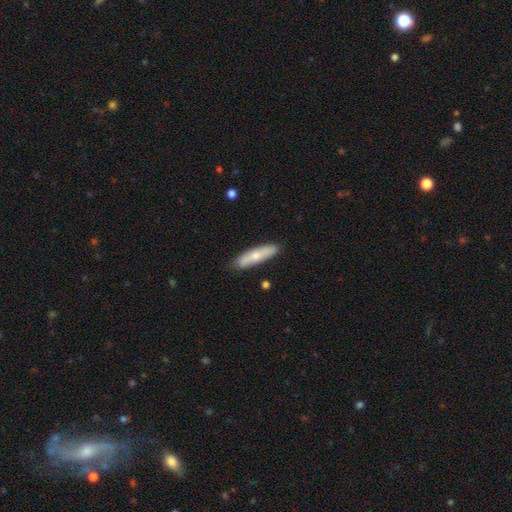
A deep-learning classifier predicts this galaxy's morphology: Smooth or featured: smooth — 60% (featured or disk — 35%)
How rounded: cigar-shaped — 71% (in between — 27%)
Merging: none — 83% (minor disturbance — 13%)